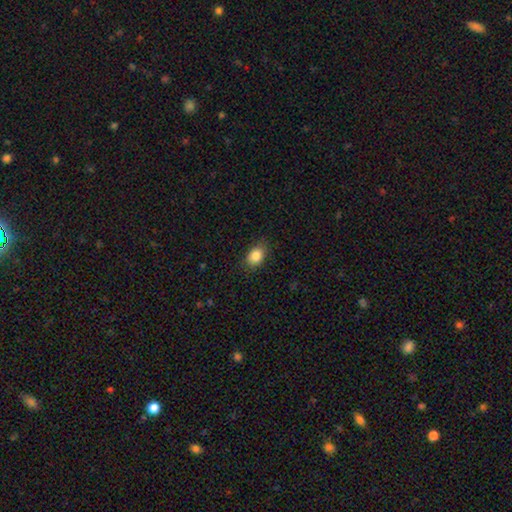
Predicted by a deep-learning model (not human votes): A smooth galaxy with no disk features (86%) that is in between round and cigar-shaped (76%). Merging: none (84%).